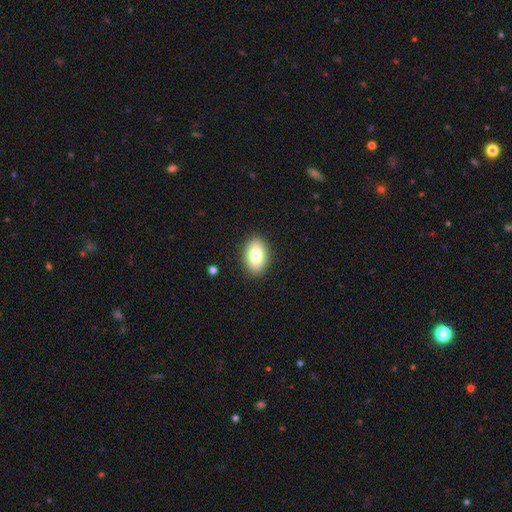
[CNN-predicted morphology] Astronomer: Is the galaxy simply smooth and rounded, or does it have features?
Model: smooth — 79%.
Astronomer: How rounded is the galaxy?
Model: in between — 89%.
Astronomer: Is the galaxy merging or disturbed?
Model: none — 89%.